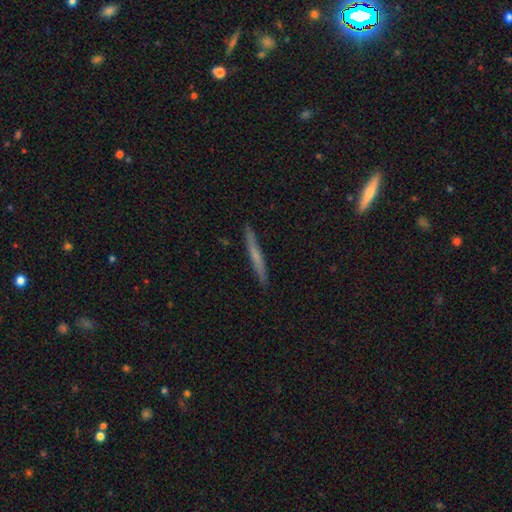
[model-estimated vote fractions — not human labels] Overall: smooth (51%; featured or disk 43%). How rounded: cigar-shaped (96%). Merging: none (90%).